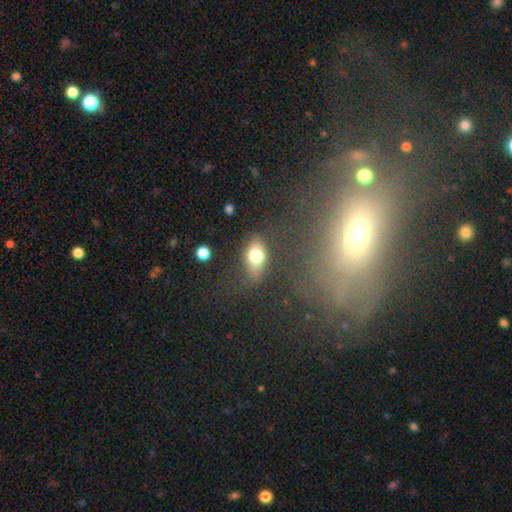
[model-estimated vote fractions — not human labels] This is likely a smooth galaxy (74%). How rounded: clearly in between (80%). Merging: likely none (67%).